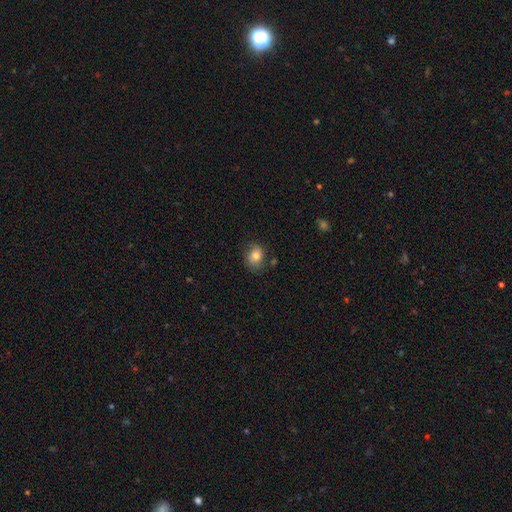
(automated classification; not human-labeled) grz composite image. It shows a smooth galaxy with no disk features (74%) that is in between round and cigar-shaped (50%). Merging: none (70%).